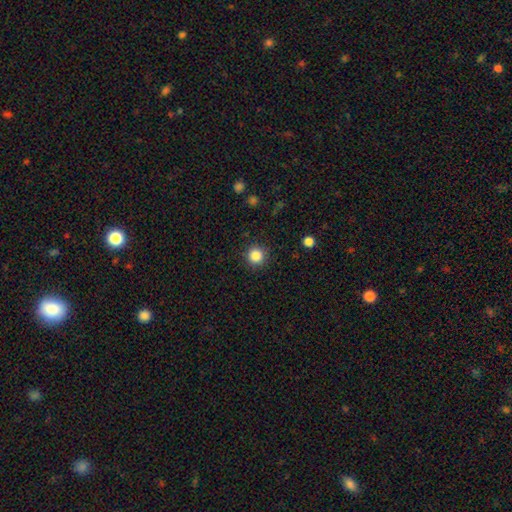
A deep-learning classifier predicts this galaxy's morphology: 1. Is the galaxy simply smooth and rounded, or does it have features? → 85% smooth, 11% star or artifact, 4% featured or disk.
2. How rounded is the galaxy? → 95% round, 4% in between, 1% cigar-shaped.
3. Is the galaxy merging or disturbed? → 90% none, 6% minor disturbance, 2% major disturbance, 1% merger.